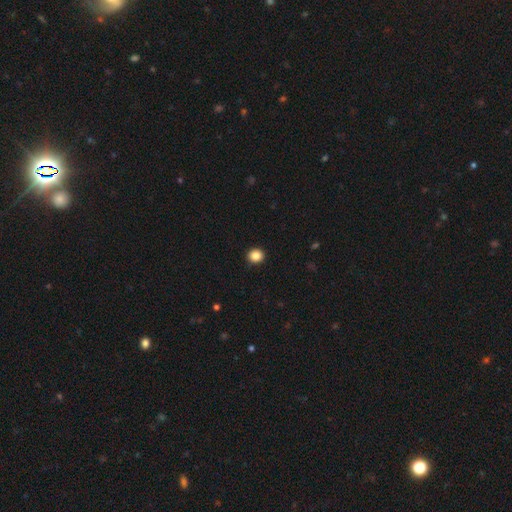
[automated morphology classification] smooth 86%, star or artifact 10%, featured or disk 4%. Down the decision tree: how rounded — round (85%); merging — none (93%).